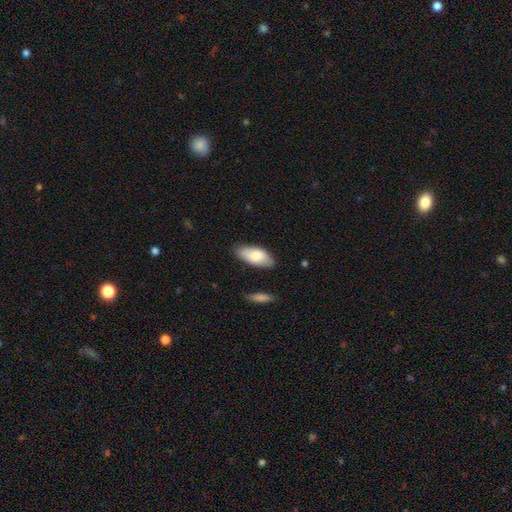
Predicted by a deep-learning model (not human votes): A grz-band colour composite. It shows a smooth galaxy with no disk features (81%) that is in between round and cigar-shaped (89%). Merging: none (79%).